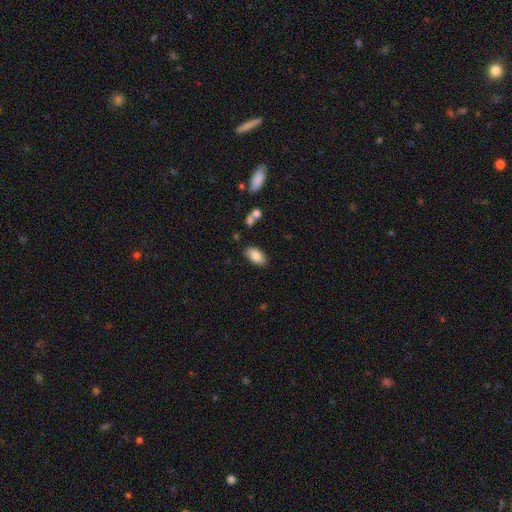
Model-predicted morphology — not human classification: smooth-or-featured: smooth: 84% | featured or disk: 9% | star or artifact: 7%
  how-rounded: in between: 94% | round: 3% | cigar-shaped: 3%
  merging: none: 84% | minor disturbance: 11% | merger: 3% | major disturbance: 3%